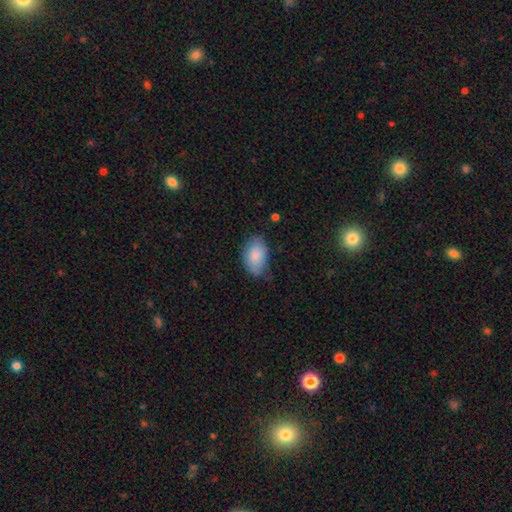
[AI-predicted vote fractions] Smooth or featured: smooth — 85% (featured or disk — 9%)
How rounded: in between — 91% (round — 7%)
Merging: none — 61% (minor disturbance — 30%)